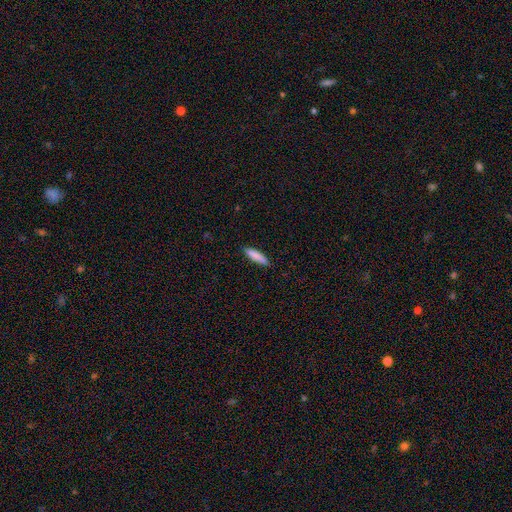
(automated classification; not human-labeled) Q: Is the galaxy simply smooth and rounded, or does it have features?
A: smooth — 87%.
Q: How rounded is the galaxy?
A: cigar-shaped — 74%.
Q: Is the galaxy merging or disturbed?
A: none — 88%.